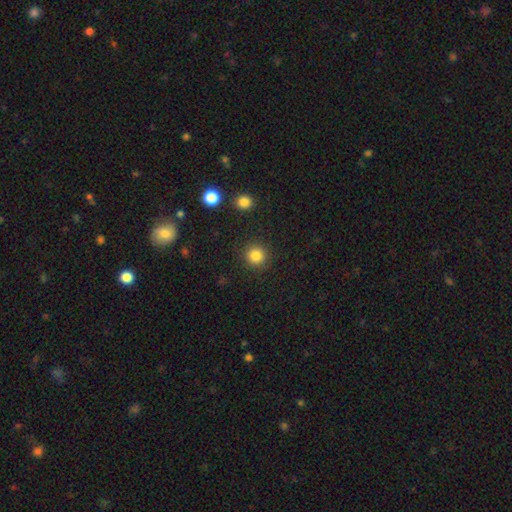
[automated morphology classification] This appears to be a smooth galaxy with no disk features (84%) that is round (94%). Merging: none (91%).